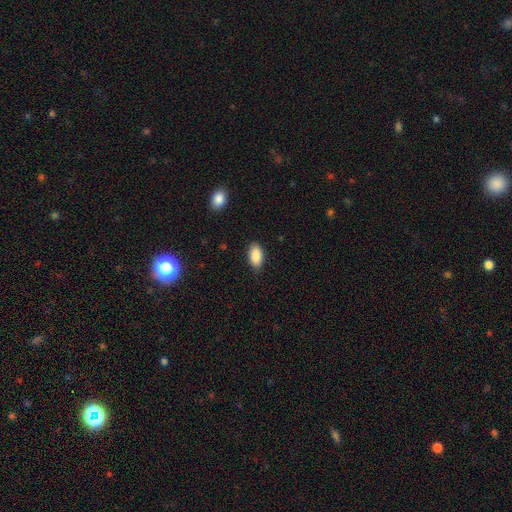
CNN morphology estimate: smooth-or-featured: smooth: 89% | star or artifact: 7% | featured or disk: 4%
  how-rounded: in between: 93% | cigar-shaped: 3% | round: 3%
  merging: none: 84% | minor disturbance: 12% | major disturbance: 3% | merger: 1%